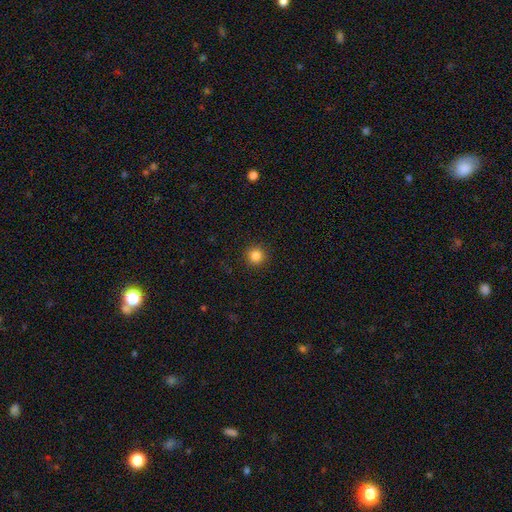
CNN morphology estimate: Smooth or featured? Predicted: smooth (p=0.84). How rounded? Predicted: round (p=0.95). Merging? Predicted: none (p=0.92).